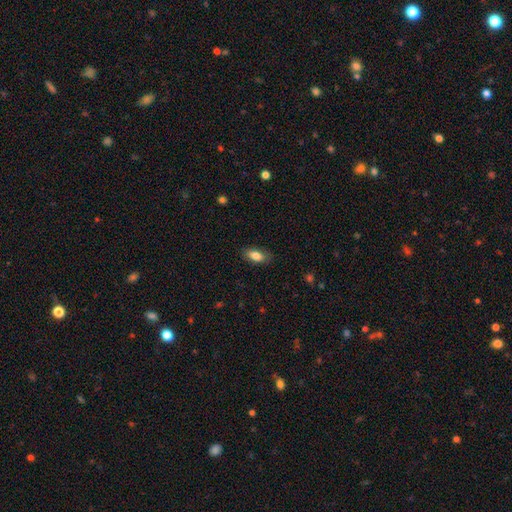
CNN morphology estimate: This appears to be a smooth galaxy with no disk features (81%) that is in between round and cigar-shaped (87%). Merging: none (83%).